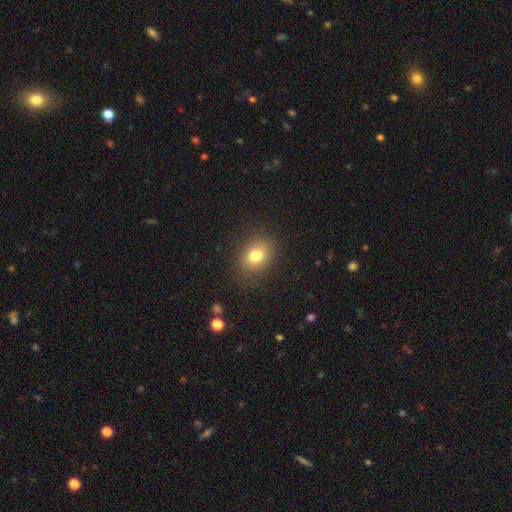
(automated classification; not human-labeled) Q: Smooth or featured?
A: smooth (78%); runner-up: star or artifact (12%)
Q: How rounded?
A: in between (62%); runner-up: round (37%)
Q: Merging?
A: none (83%); runner-up: minor disturbance (12%)